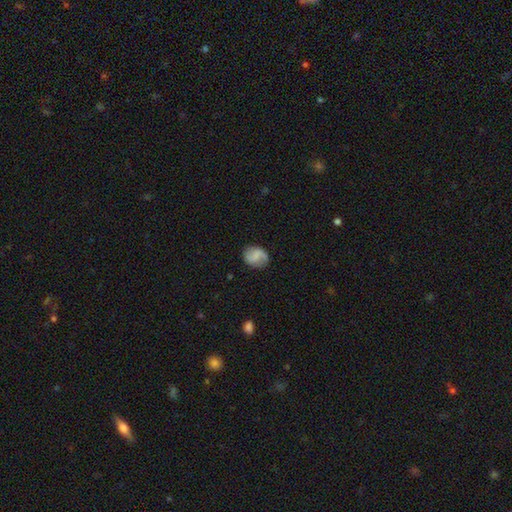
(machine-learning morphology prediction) Smooth or featured: featured or disk — 47% (smooth — 45%)
Merging: none — 78% (minor disturbance — 15%)